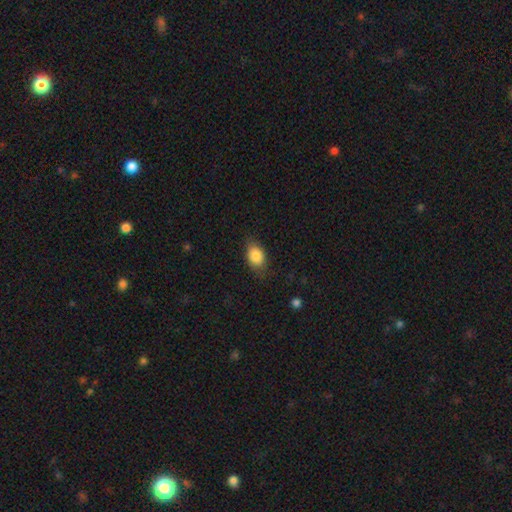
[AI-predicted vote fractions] The model was most divided on "merging": none: 74%, minor disturbance: 20%, major disturbance: 5%, merger: 1%. More confident: smooth or featured — smooth (86%); how rounded — in between (82%).